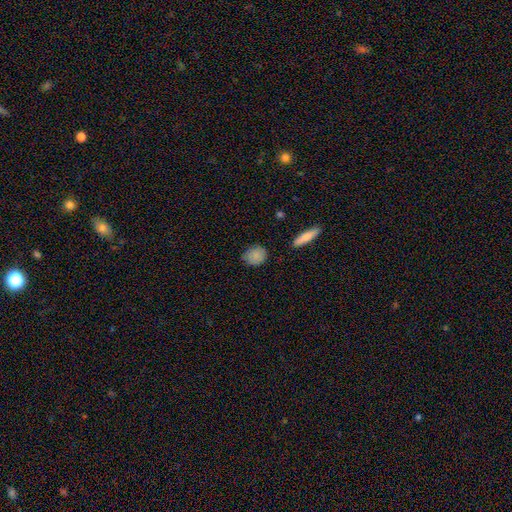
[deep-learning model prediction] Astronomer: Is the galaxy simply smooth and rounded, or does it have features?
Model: smooth — 84%.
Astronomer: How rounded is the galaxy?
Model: round — 64%.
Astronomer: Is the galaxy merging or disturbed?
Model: none — 77%.